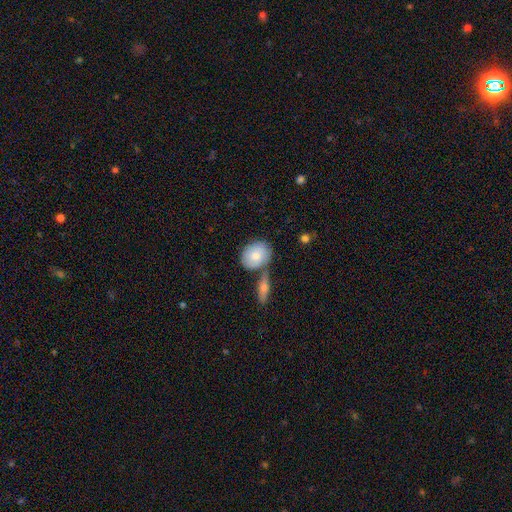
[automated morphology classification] The model was most divided on "how rounded": in between: 54%, round: 44%, cigar-shaped: 2%. More confident: smooth or featured — smooth (78%); merging — none (57%).